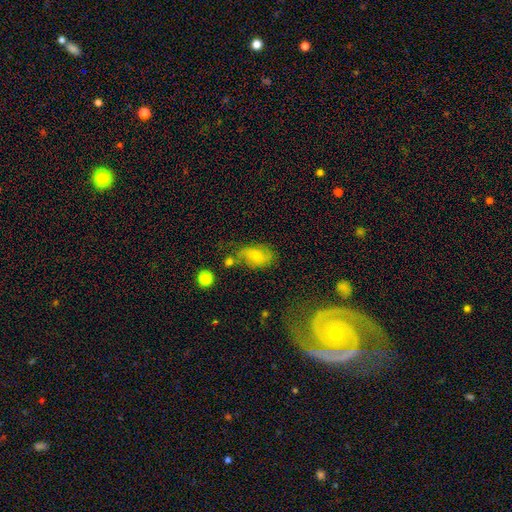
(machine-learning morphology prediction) The model was most divided on "merging": none: 49%, minor disturbance: 26%, major disturbance: 14%, merger: 11%. More confident: how rounded — in between (85%); smooth or featured — smooth (59%).